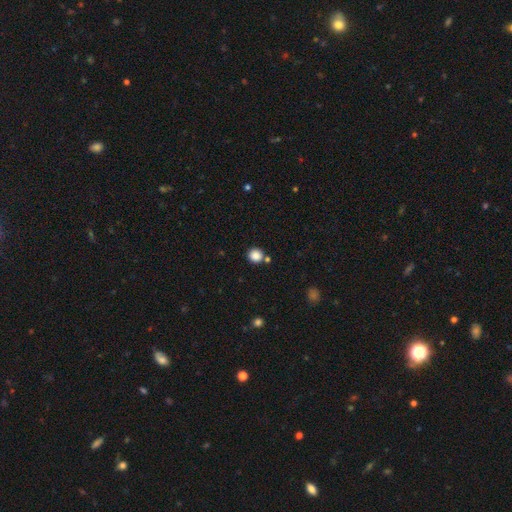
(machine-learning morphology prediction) This appears to be a smooth galaxy with no disk features (86%) that is round (91%). Merging: none (80%).